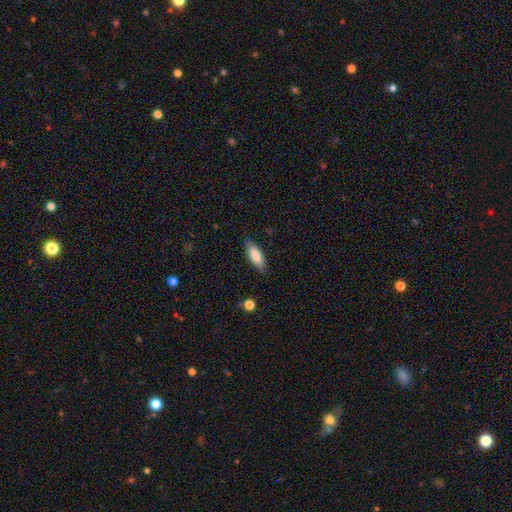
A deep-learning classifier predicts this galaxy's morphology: This appears to be a smooth galaxy with no disk features (80%) that is in between round and cigar-shaped (65%). Merging: none (82%).